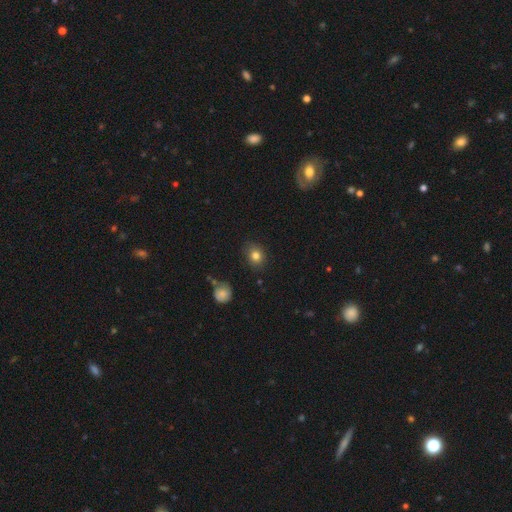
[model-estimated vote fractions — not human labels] Smooth or featured: smooth — 81% (star or artifact — 11%)
How rounded: round — 58% (in between — 41%)
Merging: none — 81% (minor disturbance — 14%)